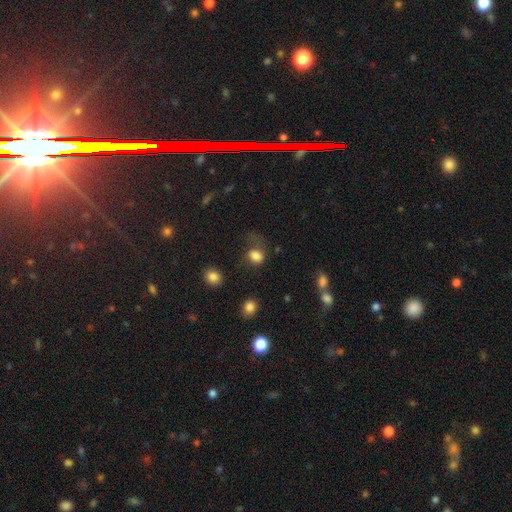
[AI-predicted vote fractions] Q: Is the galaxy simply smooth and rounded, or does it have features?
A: smooth — 81%.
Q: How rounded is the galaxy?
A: in between — 59%.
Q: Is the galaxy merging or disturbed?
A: none — 42%.